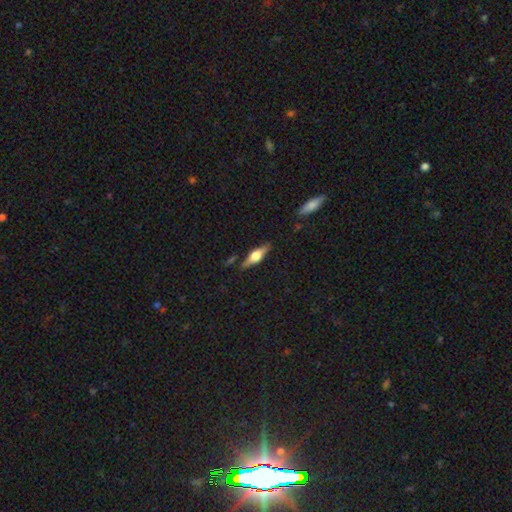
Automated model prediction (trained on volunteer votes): Q: Smooth or featured?
A: featured or disk (64%); runner-up: smooth (29%)
Q: Edge-on disk?
A: yes (96%); runner-up: no (4%)
Q: Edge-on bulge?
A: rounded (91%); runner-up: boxy (7%)
Q: Merging?
A: none (84%); runner-up: minor disturbance (11%)